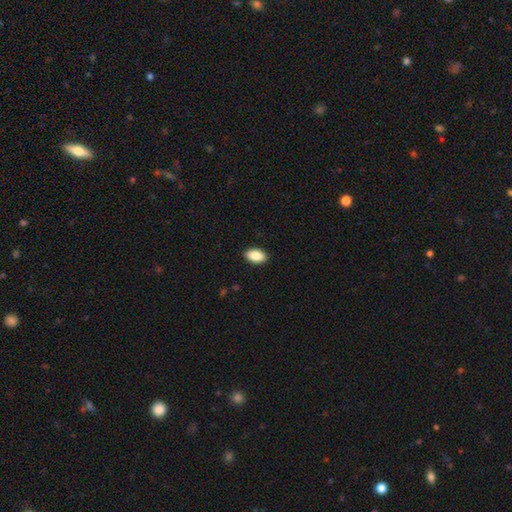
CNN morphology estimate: The model was most divided on "smooth or featured": smooth: 89%, star or artifact: 7%, featured or disk: 5%. More confident: how rounded — in between (94%); merging — none (90%).